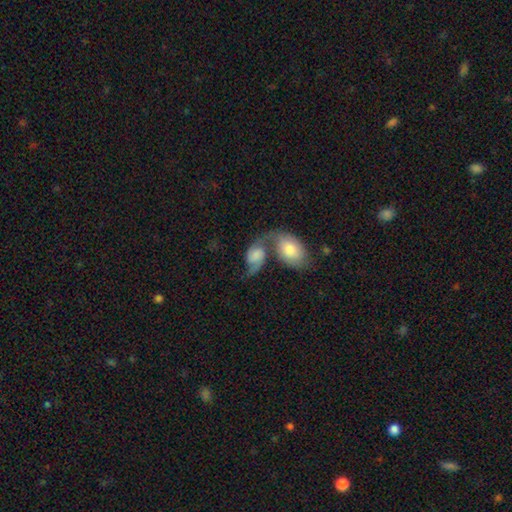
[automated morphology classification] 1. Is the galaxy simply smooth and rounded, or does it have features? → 56% featured or disk, 36% smooth, 7% star or artifact.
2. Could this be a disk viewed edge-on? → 96% no, 4% yes.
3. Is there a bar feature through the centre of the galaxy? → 65% no, 28% weak, 6% strong.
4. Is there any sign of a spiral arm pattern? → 86% yes, 14% no.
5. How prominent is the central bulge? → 28% moderate, 24% large, 23% none, 19% small, 7% dominant.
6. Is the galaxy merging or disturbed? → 58% merger, 20% none, 11% minor disturbance, 10% major disturbance.